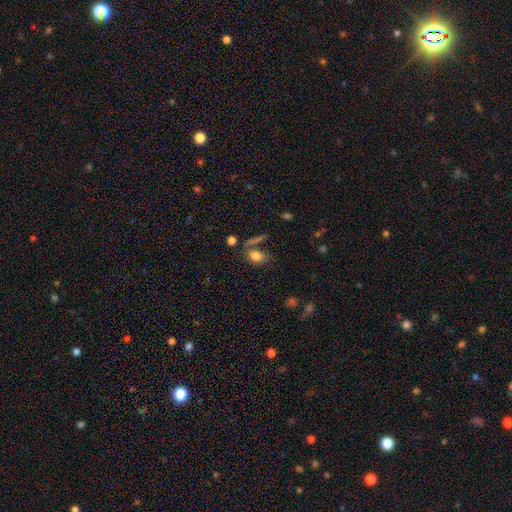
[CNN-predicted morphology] smooth_or_featured: smooth (p=0.79) [alt: featured or disk p=0.11]
how_rounded: in between (p=0.78) [alt: round p=0.18]
merging: none (p=0.57) [alt: minor disturbance p=0.18]